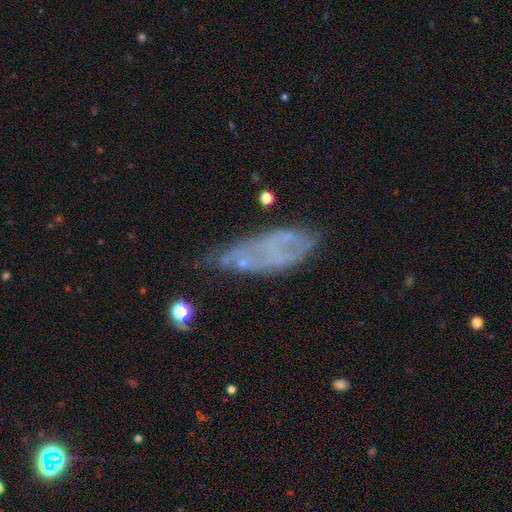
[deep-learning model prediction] The model was most divided on "merging": none: 36%, minor disturbance: 31%, major disturbance: 26%, merger: 7%. Remaining: smooth or featured — featured or disk (49%).